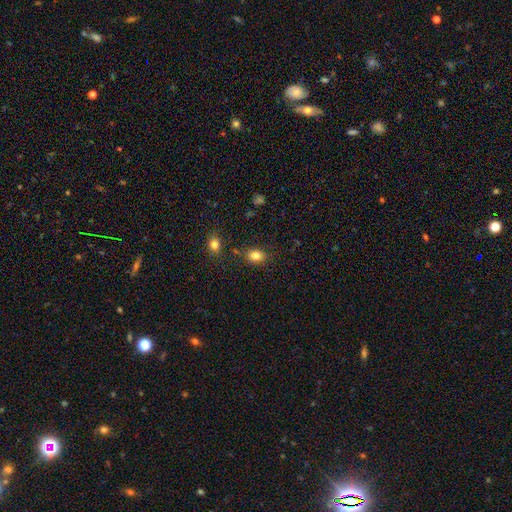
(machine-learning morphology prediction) Smooth or featured: smooth — 83% (star or artifact — 11%)
How rounded: in between — 69% (round — 30%)
Merging: none — 80% (minor disturbance — 12%)